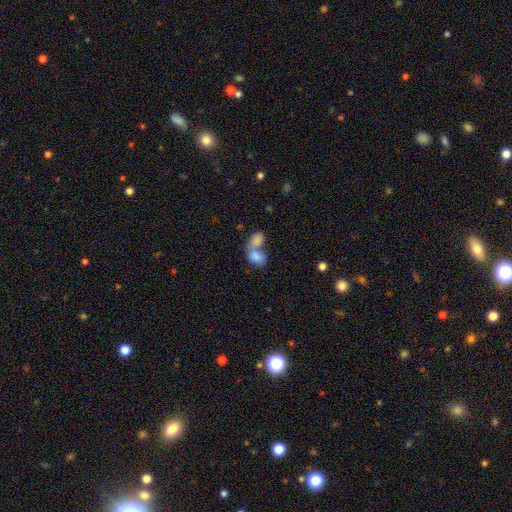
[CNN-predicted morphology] A smooth galaxy with no disk features (80%) that is in between round and cigar-shaped (80%). Merging: merger (73%).